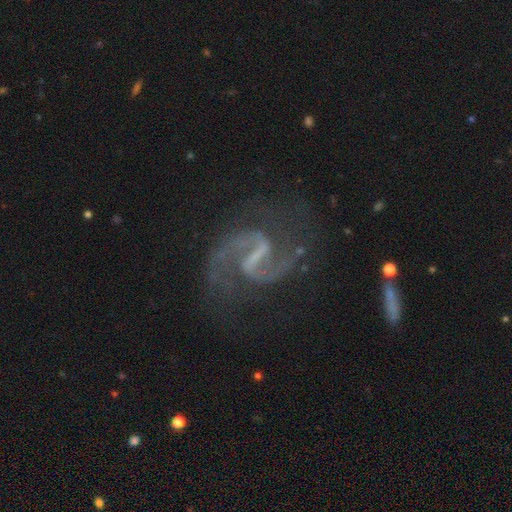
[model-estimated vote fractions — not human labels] Smooth or featured? featured or disk (93%)
Edge-on disk? no (98%)
Bar? strong (54%)
Spiral arms? yes (98%)
Spiral winding? medium (59%)
Spiral arm count? 2 (94%)
Bulge size? none (55%)
Merging? none (75%)